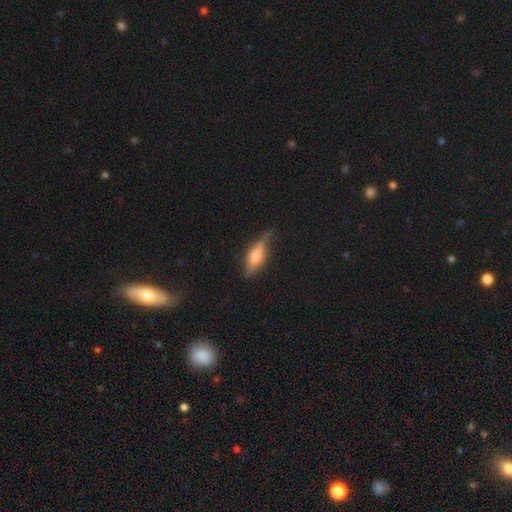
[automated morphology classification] This appears to be a featured or disk galaxy (51%) viewed edge-on (90%). Merging: none (68%).